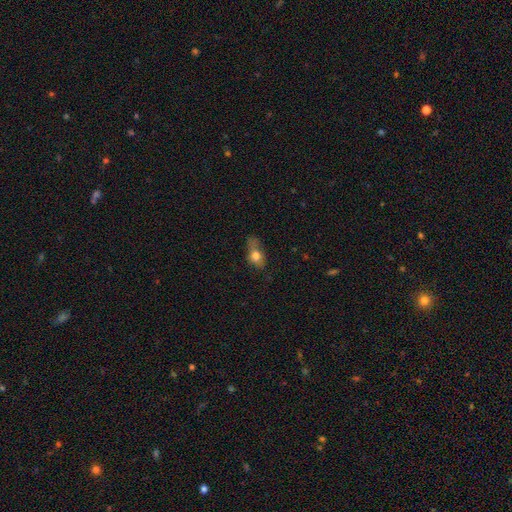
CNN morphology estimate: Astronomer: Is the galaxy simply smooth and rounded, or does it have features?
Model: smooth — 72%.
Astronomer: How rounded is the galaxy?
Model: in between — 70%.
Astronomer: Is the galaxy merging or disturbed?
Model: none — 38% (runner-up: minor disturbance, 34%).